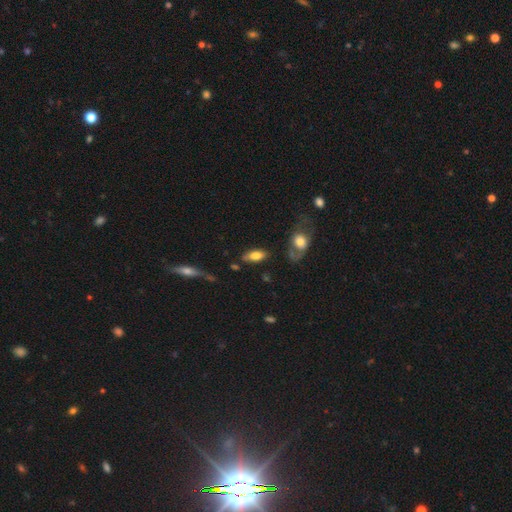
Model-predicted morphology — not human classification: A smooth galaxy with no disk features (77%) that is in between round and cigar-shaped (87%). Merging: none (70%).